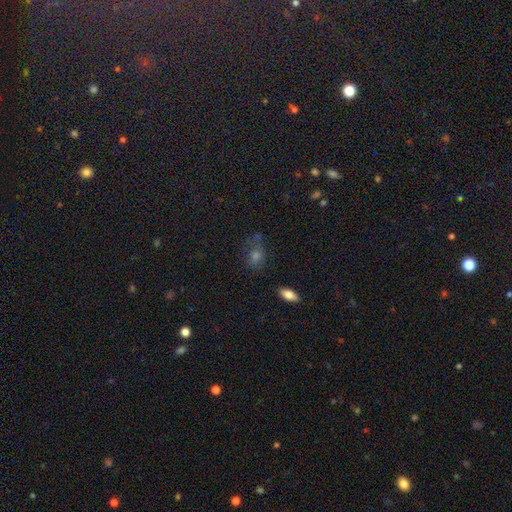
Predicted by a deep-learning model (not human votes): A smooth galaxy with no disk features (56%) that is in between round and cigar-shaped (60%). Merging: none (61%).